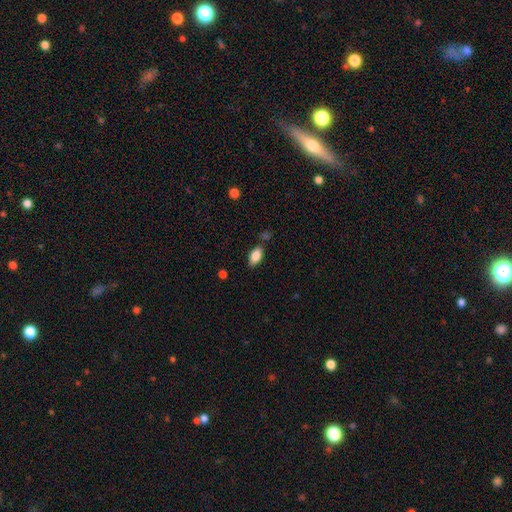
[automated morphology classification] Q: Smooth or featured?
A: smooth (83%); runner-up: featured or disk (10%)
Q: How rounded?
A: in between (90%); runner-up: cigar-shaped (6%)
Q: Merging?
A: none (77%); runner-up: minor disturbance (15%)